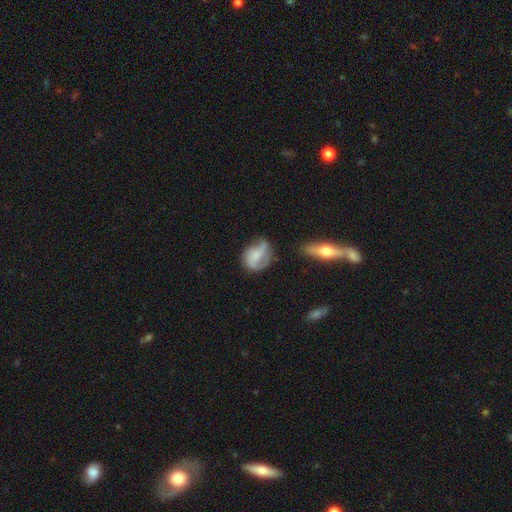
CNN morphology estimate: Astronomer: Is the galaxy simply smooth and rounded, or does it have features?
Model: featured or disk — 49% (runner-up: smooth, 43%).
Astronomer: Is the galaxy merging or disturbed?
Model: none — 41% (runner-up: minor disturbance, 32%).